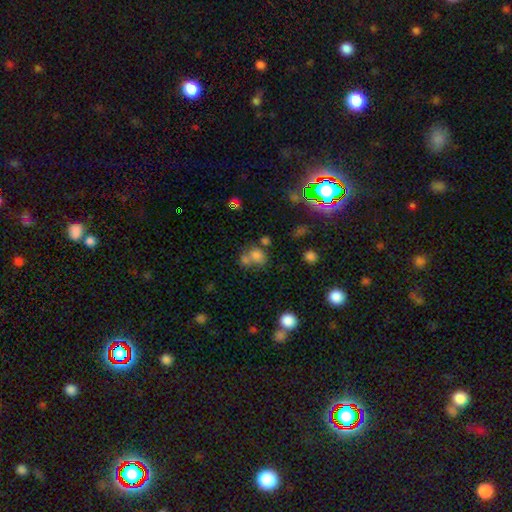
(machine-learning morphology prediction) A smooth galaxy with no disk features (71%) that is round (60%). Merging: merger (45%).